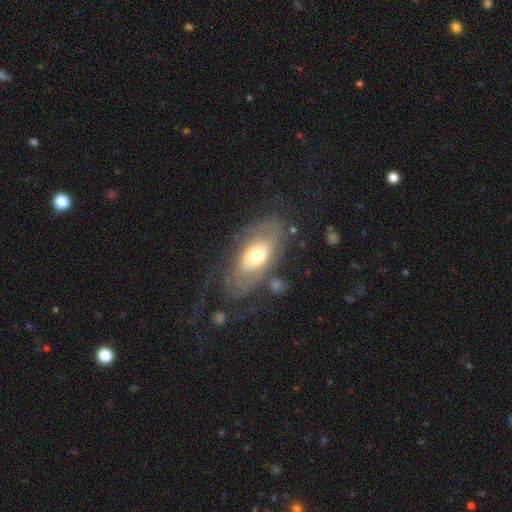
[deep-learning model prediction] smooth_or_featured: featured or disk (p=0.57) [alt: smooth p=0.36]
disk_edge_on: no (p=0.88) [alt: yes p=0.12]
bar: no (p=0.75) [alt: weak p=0.19]
has_spiral_arms: yes (p=0.60) [alt: no p=0.40]
bulge_size: moderate (p=0.63) [alt: large p=0.21]
merging: none (p=0.52) [alt: minor disturbance p=0.22]